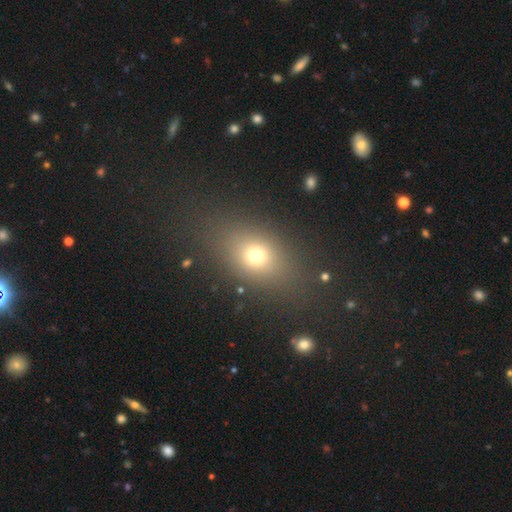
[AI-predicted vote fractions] Smooth or featured? smooth (71%)
How rounded? in between (67%)
Merging? none (80%)